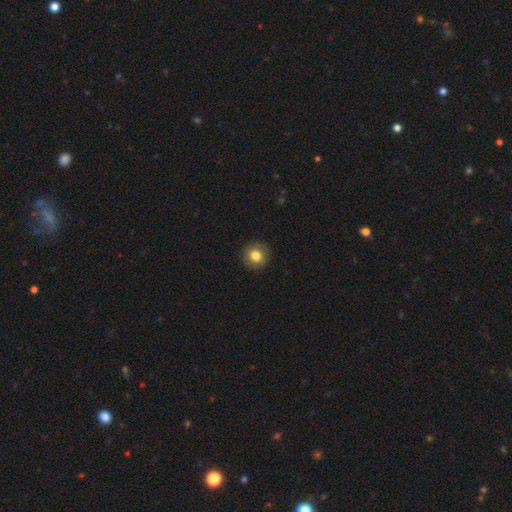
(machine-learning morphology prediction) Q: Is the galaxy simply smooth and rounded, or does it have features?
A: smooth — 81%.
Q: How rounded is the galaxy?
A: round — 92%.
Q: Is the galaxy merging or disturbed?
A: none — 91%.